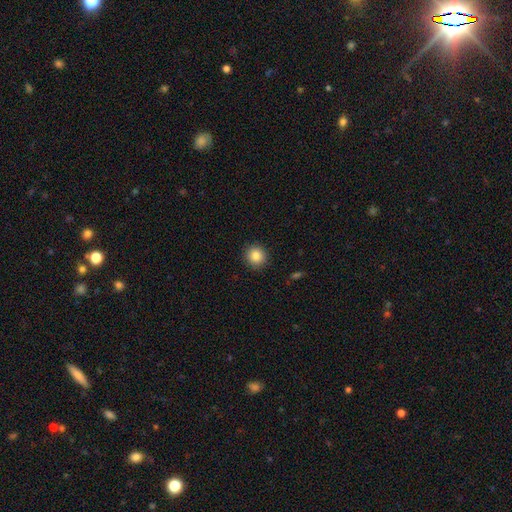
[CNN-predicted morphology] Smooth or featured: smooth — 86% (star or artifact — 9%)
How rounded: round — 90% (in between — 9%)
Merging: none — 91% (minor disturbance — 6%)